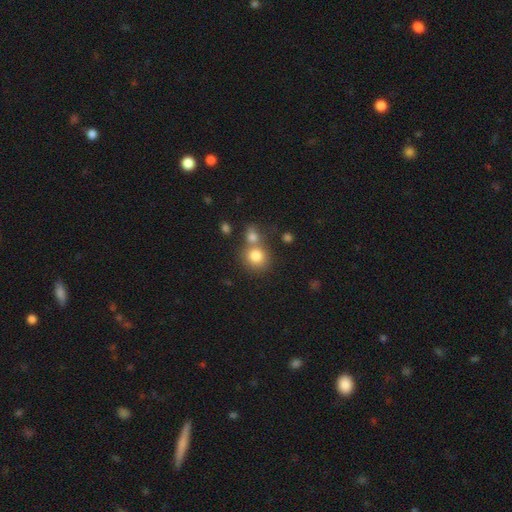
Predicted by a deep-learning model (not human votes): This appears to be a smooth galaxy with no disk features (80%) that is round (83%). Merging: none (48%).